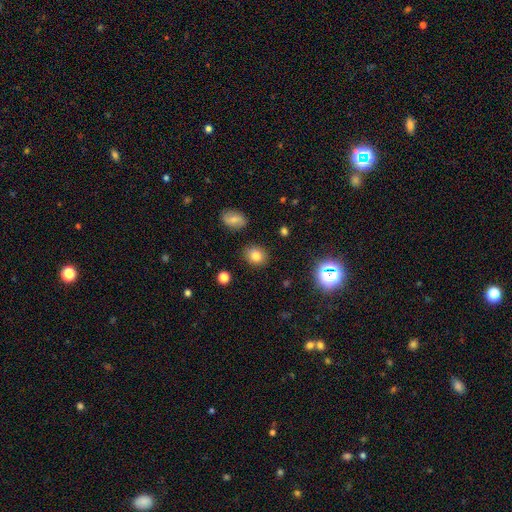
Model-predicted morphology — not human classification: Smooth or featured?
  - smooth: 80% *
  - star or artifact: 13%
  - featured or disk: 8%
How rounded?
  - round: 66% *
  - in between: 33%
  - cigar-shaped: 1%
Merging?
  - none: 87% *
  - minor disturbance: 8%
  - major disturbance: 2%
  - merger: 2%